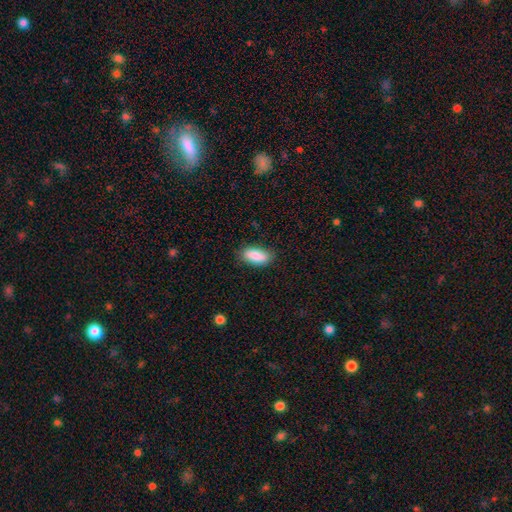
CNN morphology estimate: smooth_or_featured: smooth (p=0.87) [alt: featured or disk p=0.07]
how_rounded: in between (p=0.84) [alt: cigar-shaped p=0.14]
merging: none (p=0.85) [alt: minor disturbance p=0.11]